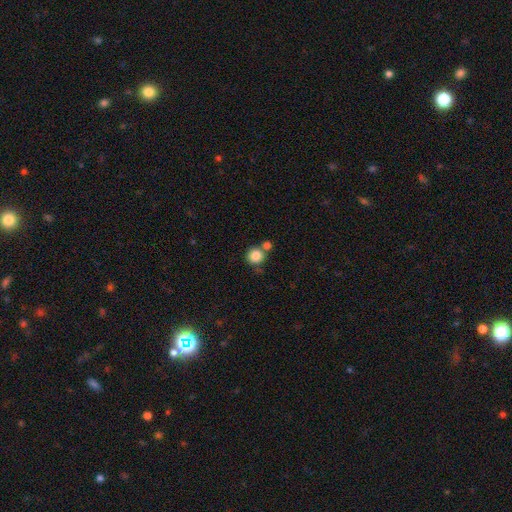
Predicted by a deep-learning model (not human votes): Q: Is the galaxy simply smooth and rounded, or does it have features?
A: smooth — 85%.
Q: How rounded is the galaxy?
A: round — 92%.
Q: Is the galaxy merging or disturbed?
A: none — 63%.